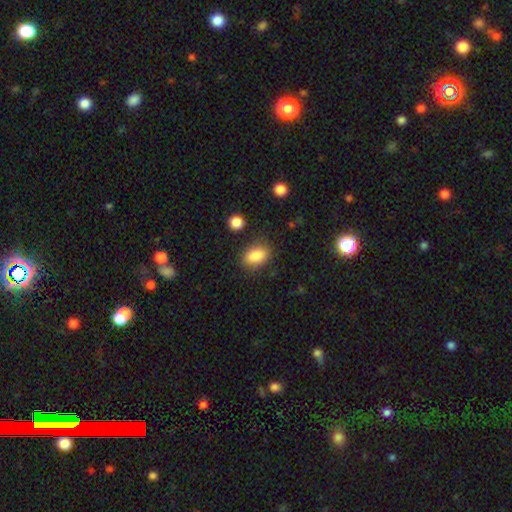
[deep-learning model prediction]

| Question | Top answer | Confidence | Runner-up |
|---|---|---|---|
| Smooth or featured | smooth | 87% | star or artifact (8%) |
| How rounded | in between | 86% | round (12%) |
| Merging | none | 80% | minor disturbance (13%) |